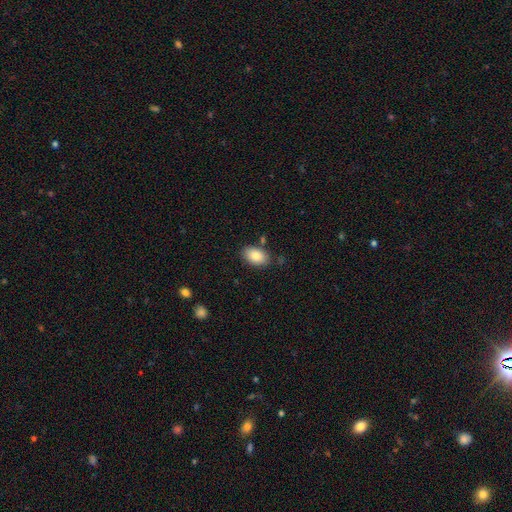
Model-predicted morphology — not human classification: smooth 87%, star or artifact 7%, featured or disk 7%. Down the decision tree: how rounded — in between (91%); merging — none (81%).